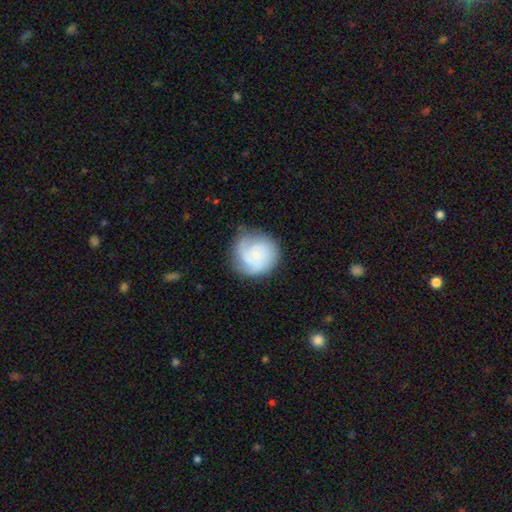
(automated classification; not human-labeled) Smooth or featured? featured or disk (52%)
Edge-on disk? no (98%)
Bar? no (74%)
Spiral arms? yes (88%)
Bulge size? small (60%)
Merging? none (70%)